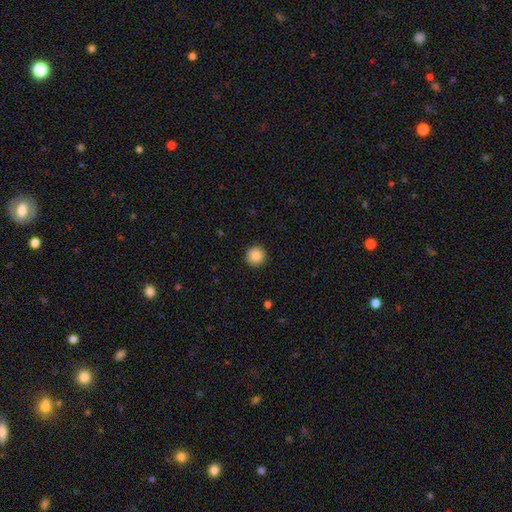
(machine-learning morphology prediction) A smooth galaxy with no disk features (88%) that is round (96%).

Vote fractions:
- Smooth or featured? smooth: 88% / star or artifact: 9% / featured or disk: 3%
- How rounded? round: 96% / in between: 3% / cigar-shaped: 1%
- Merging? none: 92% / minor disturbance: 5% / major disturbance: 2% / merger: 1%